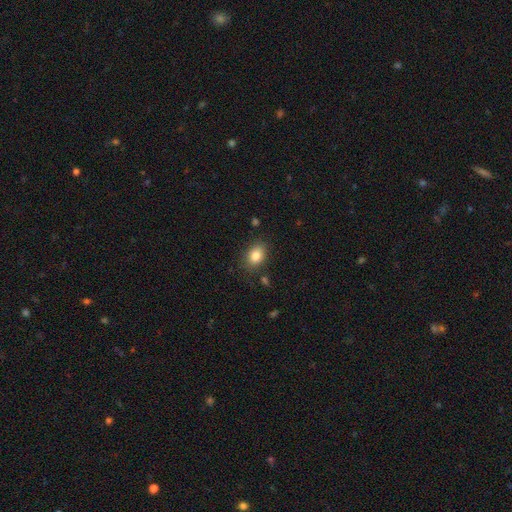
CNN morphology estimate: smooth-or-featured: smooth: 84% | star or artifact: 9% | featured or disk: 7%
  how-rounded: in between: 71% | round: 27% | cigar-shaped: 1%
  merging: none: 82% | minor disturbance: 12% | major disturbance: 3% | merger: 2%